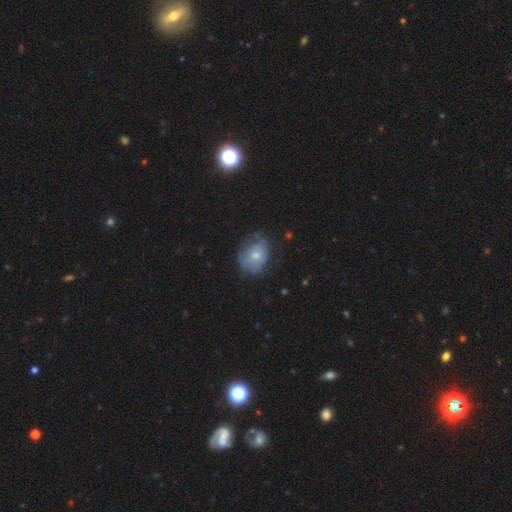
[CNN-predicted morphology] smooth_or_featured: smooth (p=0.53) [alt: featured or disk p=0.39]
how_rounded: in between (p=0.59) [alt: round p=0.40]
merging: none (p=0.55) [alt: minor disturbance p=0.29]